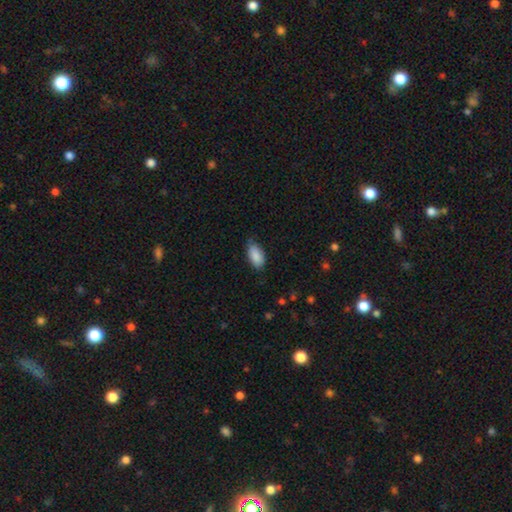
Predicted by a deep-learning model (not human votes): The model was most divided on "merging": none: 71%, minor disturbance: 24%, major disturbance: 4%, merger: 1%. More confident: how rounded — in between (93%); smooth or featured — smooth (89%).